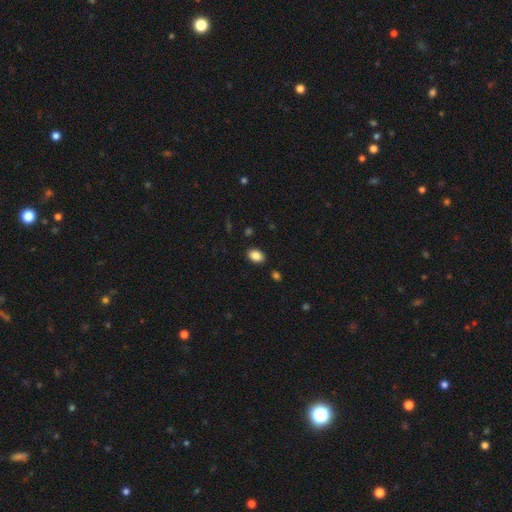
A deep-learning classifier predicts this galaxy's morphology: Smooth or featured?
  - smooth: 88% *
  - star or artifact: 8%
  - featured or disk: 4%
How rounded?
  - in between: 84% *
  - round: 15%
  - cigar-shaped: 1%
Merging?
  - none: 87% *
  - minor disturbance: 9%
  - major disturbance: 2%
  - merger: 2%